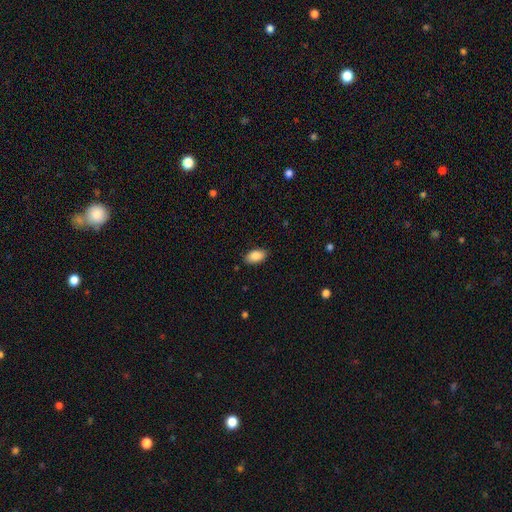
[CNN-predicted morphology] Smooth or featured: smooth — 88% (star or artifact — 7%)
How rounded: in between — 94% (round — 4%)
Merging: none — 87% (minor disturbance — 10%)